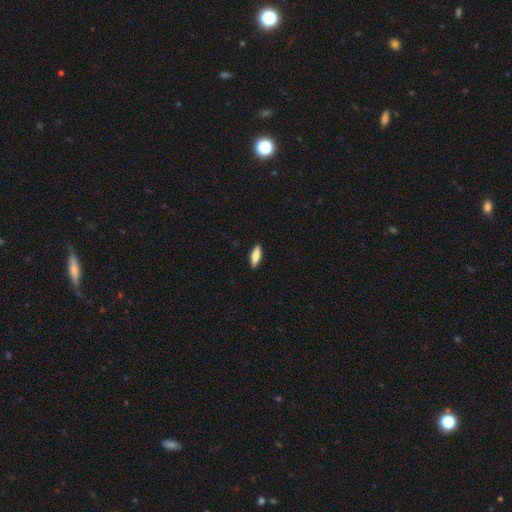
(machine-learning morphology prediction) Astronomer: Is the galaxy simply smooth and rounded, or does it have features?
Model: smooth — 80%.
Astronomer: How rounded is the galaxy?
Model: in between — 60% (runner-up: cigar-shaped, 38%).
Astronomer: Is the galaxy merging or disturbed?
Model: none — 89%.